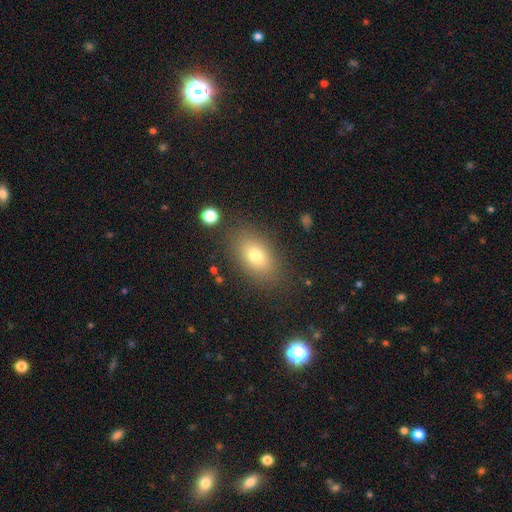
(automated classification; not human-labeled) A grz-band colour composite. It shows a smooth galaxy with no disk features (75%) that is in between round and cigar-shaped (86%). Merging: none (83%).